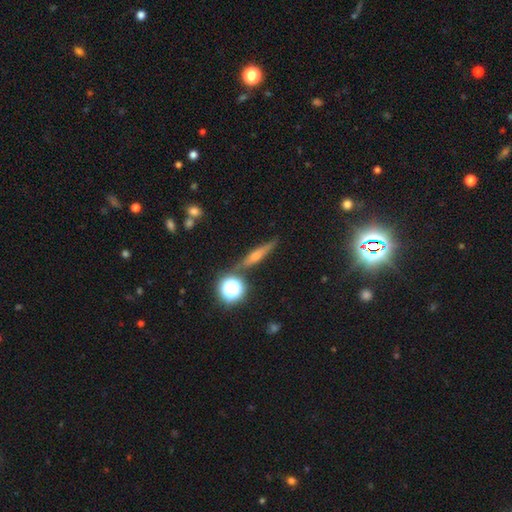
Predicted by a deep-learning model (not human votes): A featured or disk galaxy (53%) viewed edge-on (93%).

Vote fractions:
- Smooth or featured? featured or disk: 53% / smooth: 28% / star or artifact: 20%
- Edge-on disk? yes: 93% / no: 7%
- Merging? none: 85% / minor disturbance: 9% / merger: 4% / major disturbance: 3%